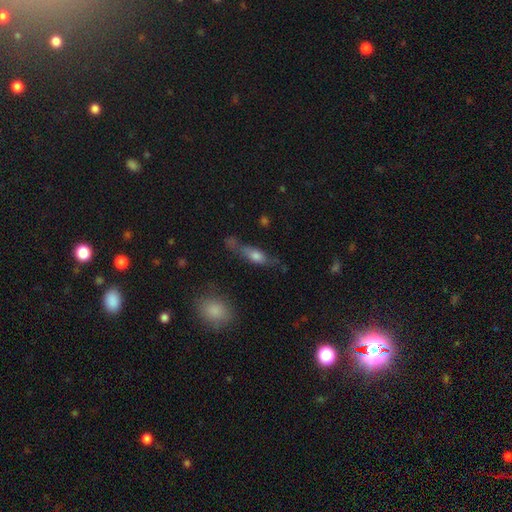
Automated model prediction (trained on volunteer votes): The model was most divided on "how rounded" (2-way tie): cigar-shaped: 47%, in between: 47%, round: 5%. More confident: smooth or featured — smooth (57%); merging — none (51%).